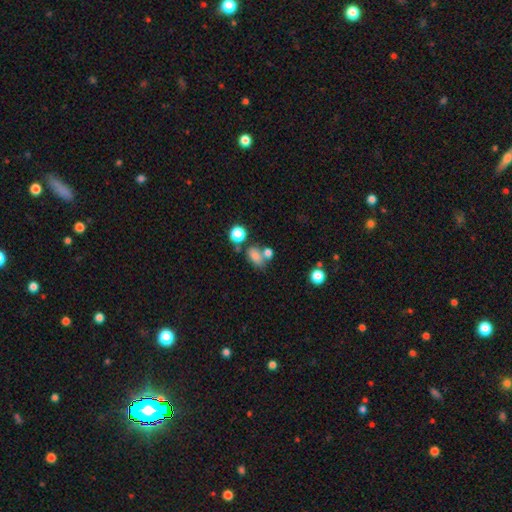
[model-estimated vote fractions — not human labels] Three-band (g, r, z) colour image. It shows a smooth galaxy with no disk features (76%) that is in between round and cigar-shaped (75%). Merging: none (43%).